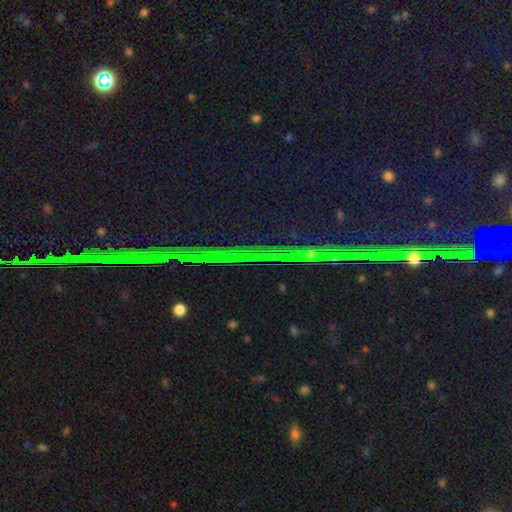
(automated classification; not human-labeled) A star or artifact, not a galaxy (85%).

Vote fractions:
- Smooth or featured? star or artifact: 85% / featured or disk: 9% / smooth: 6%